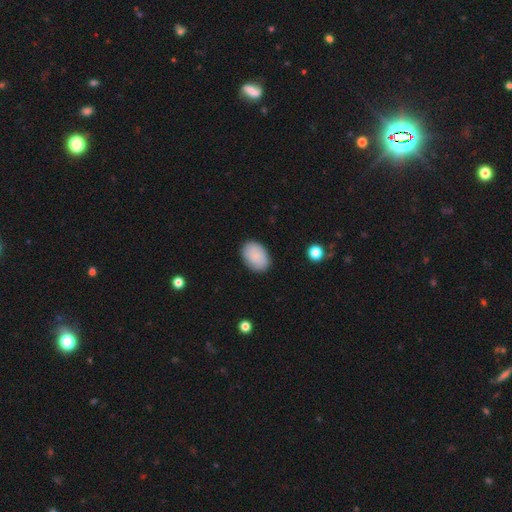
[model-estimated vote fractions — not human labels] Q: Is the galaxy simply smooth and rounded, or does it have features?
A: smooth — 87%.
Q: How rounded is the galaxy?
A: in between — 85%.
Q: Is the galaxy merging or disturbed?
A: none — 87%.